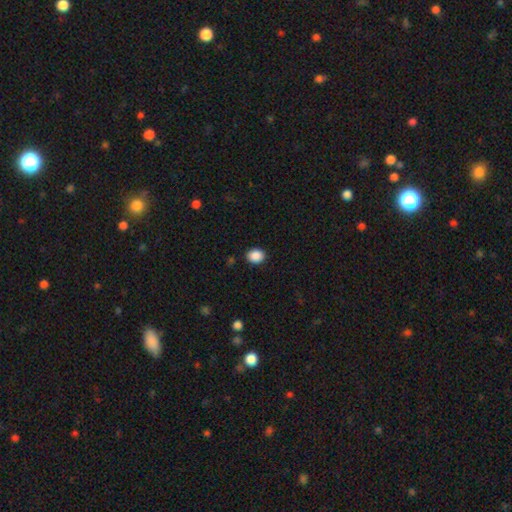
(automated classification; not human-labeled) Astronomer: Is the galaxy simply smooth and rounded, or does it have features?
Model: smooth — 89%.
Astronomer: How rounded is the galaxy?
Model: round — 50% (runner-up: in between, 49%).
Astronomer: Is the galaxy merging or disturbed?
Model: none — 89%.